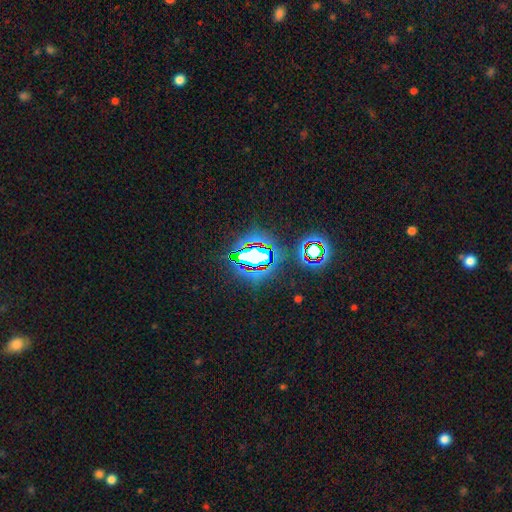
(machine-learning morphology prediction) A star or artifact, not a galaxy (68%).